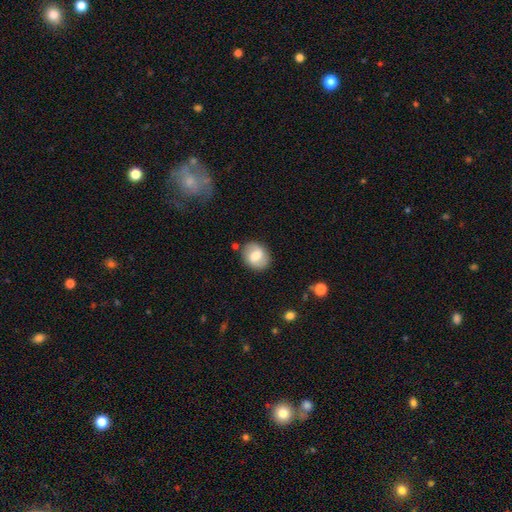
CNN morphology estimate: Smooth or featured: smooth — 62% (featured or disk — 31%)
How rounded: round — 58% (in between — 41%)
Merging: none — 83% (minor disturbance — 11%)